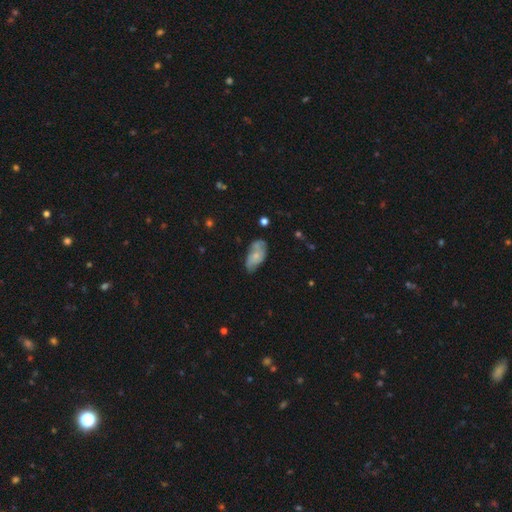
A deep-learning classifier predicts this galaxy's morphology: Smooth or featured: smooth — 58% (featured or disk — 35%)
How rounded: in between — 92% (cigar-shaped — 5%)
Merging: none — 50% (minor disturbance — 35%)